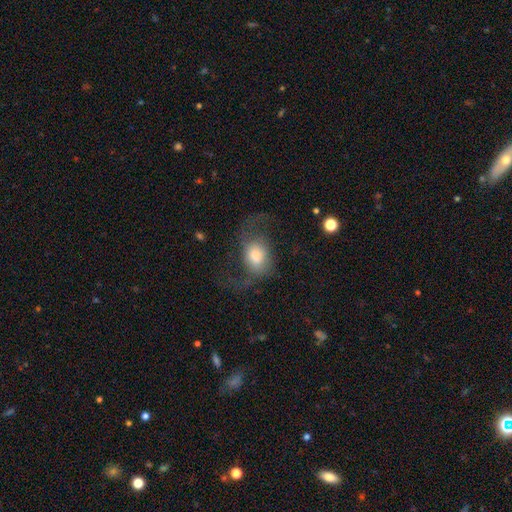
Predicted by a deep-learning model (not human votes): smooth-or-featured: smooth: 54% | featured or disk: 38% | star or artifact: 8%
  how-rounded: in between: 62% | round: 36% | cigar-shaped: 1%
  merging: major disturbance: 46% | none: 33% | minor disturbance: 19% | merger: 3%